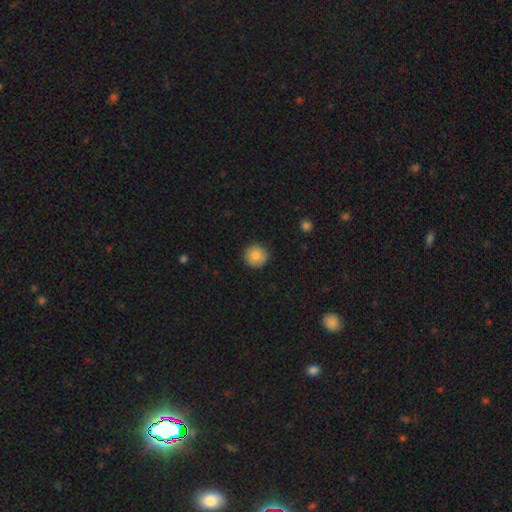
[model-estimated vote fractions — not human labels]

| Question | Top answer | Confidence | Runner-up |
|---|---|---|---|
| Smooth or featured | smooth | 83% | featured or disk (9%) |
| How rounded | round | 95% | in between (4%) |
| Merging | none | 90% | minor disturbance (7%) |